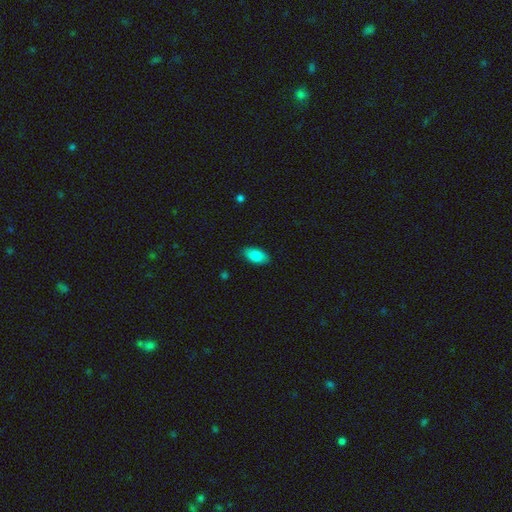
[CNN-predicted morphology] Smooth or featured? smooth (87%)
How rounded? in between (94%)
Merging? none (86%)